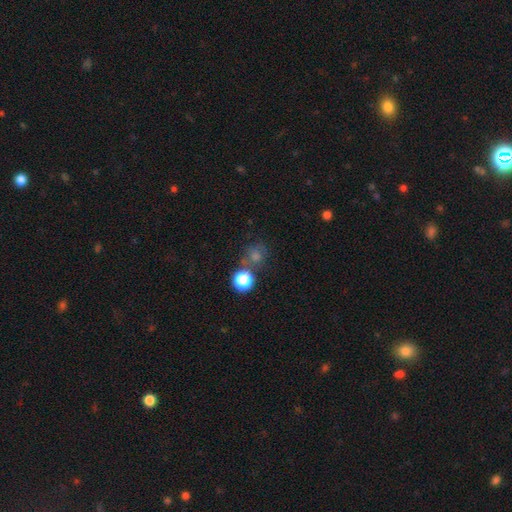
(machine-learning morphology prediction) This appears to be a smooth galaxy with no disk features (61%) that is round (86%). Merging: none (63%).